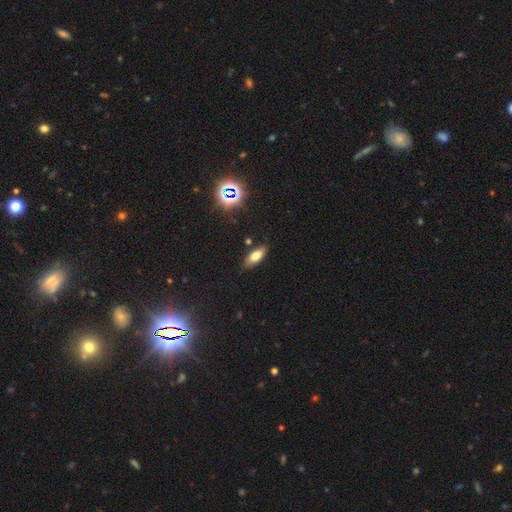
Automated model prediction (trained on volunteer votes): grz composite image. It shows a smooth galaxy with no disk features (71%) that is in between round and cigar-shaped (81%). Merging: none (80%).